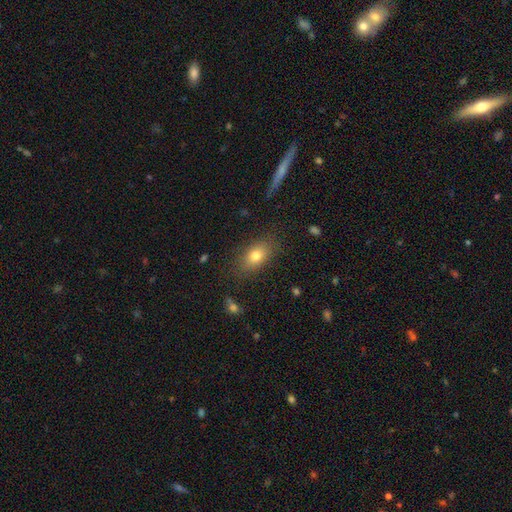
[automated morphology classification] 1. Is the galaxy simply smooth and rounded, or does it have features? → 78% smooth, 12% featured or disk, 10% star or artifact.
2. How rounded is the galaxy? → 83% in between, 13% round, 4% cigar-shaped.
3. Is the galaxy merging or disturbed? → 82% none, 12% minor disturbance, 4% major disturbance, 2% merger.